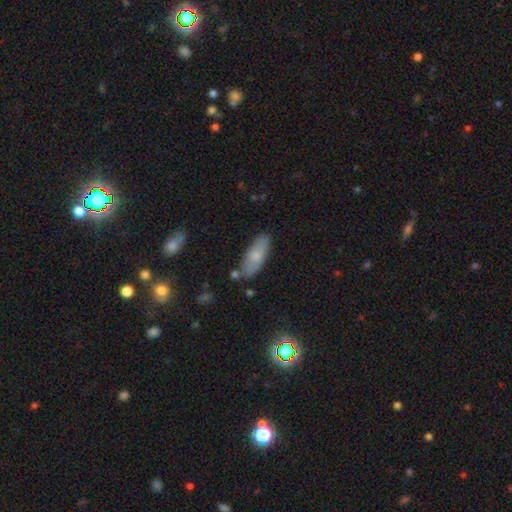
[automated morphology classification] Smooth or featured? smooth (73%)
How rounded? in between (73%)
Merging? none (79%)